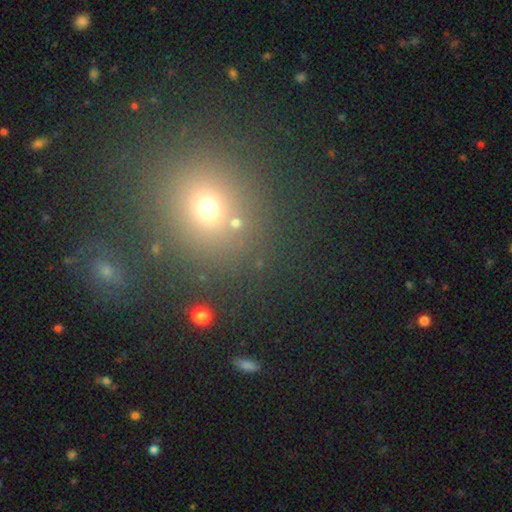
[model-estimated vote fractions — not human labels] Smooth or featured? Predicted: smooth (p=0.51). How rounded? Predicted: round (p=0.80). Merging? Predicted: none (p=0.80).